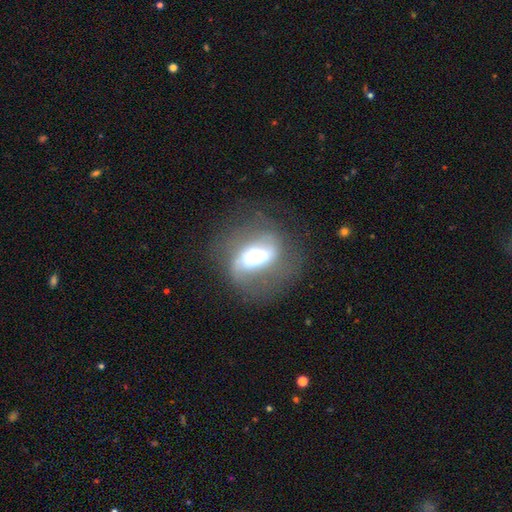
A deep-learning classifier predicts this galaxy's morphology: smooth-or-featured: featured or disk: 62% | smooth: 29% | star or artifact: 9%
  disk-edge-on: no: 90% | yes: 10%
    bar: strong: 44% | weak: 29% | no: 27%
    has-spiral-arms: yes: 65% | no: 35%
    bulge-size: moderate: 48% | large: 32% | small: 11% | dominant: 8% | none: 1%
  merging: none: 54% | major disturbance: 24% | minor disturbance: 20% | merger: 2%